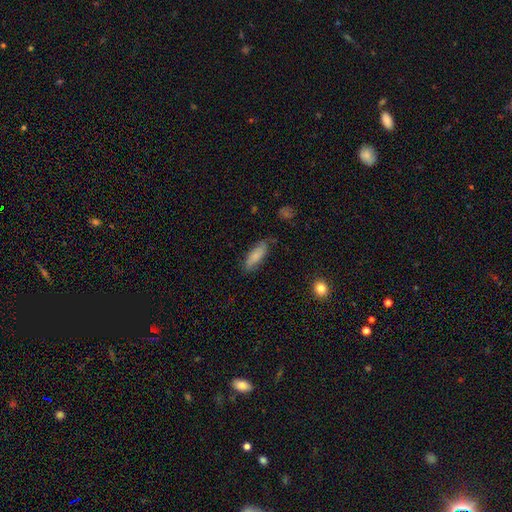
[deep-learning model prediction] smooth-or-featured: smooth: 77% | featured or disk: 17% | star or artifact: 7%
  how-rounded: in between: 65% | cigar-shaped: 33% | round: 2%
  merging: none: 73% | minor disturbance: 21% | major disturbance: 5% | merger: 2%